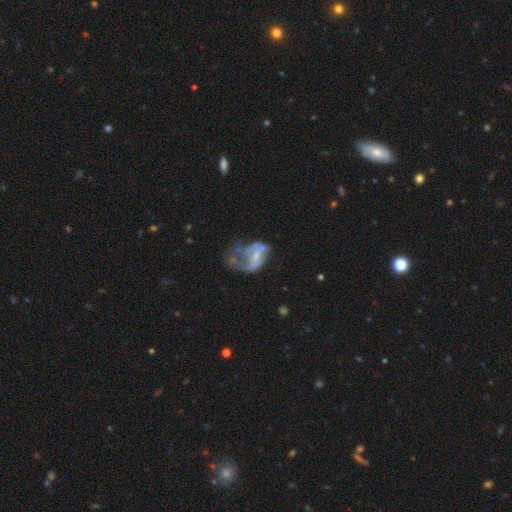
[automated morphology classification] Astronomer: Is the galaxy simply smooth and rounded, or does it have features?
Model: featured or disk — 65%.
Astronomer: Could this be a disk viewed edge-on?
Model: no — 98%.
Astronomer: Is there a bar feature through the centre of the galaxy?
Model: no — 54% (runner-up: weak, 35%).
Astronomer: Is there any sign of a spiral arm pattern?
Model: yes — 51% (runner-up: no, 49%).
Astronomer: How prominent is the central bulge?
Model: none — 36%, tied with small at 36%.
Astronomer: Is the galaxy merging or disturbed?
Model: major disturbance — 54%.